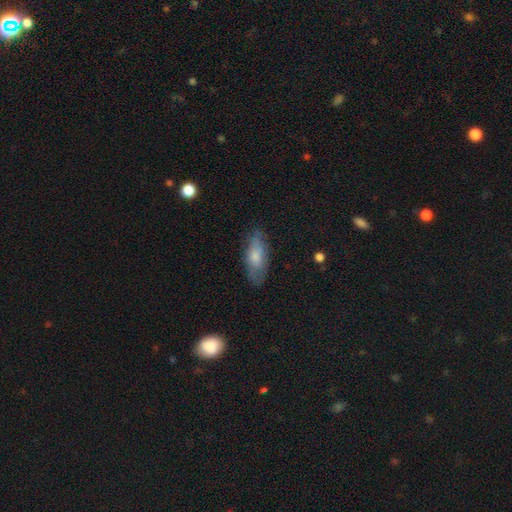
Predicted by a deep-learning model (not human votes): Smooth or featured?
  - smooth: 69% *
  - featured or disk: 25%
  - star or artifact: 6%
How rounded?
  - in between: 80% *
  - cigar-shaped: 18%
  - round: 2%
Merging?
  - none: 70% *
  - minor disturbance: 22%
  - major disturbance: 6%
  - merger: 1%